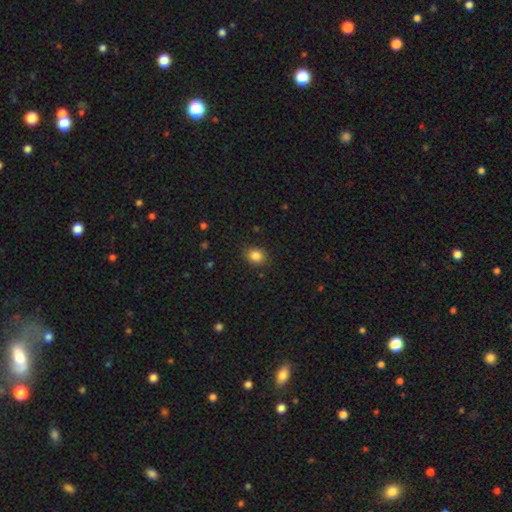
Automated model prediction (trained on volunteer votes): smooth-or-featured: smooth: 85% | star or artifact: 10% | featured or disk: 4%
  how-rounded: round: 61% | in between: 38% | cigar-shaped: 1%
  merging: none: 86% | minor disturbance: 10% | major disturbance: 3% | merger: 1%